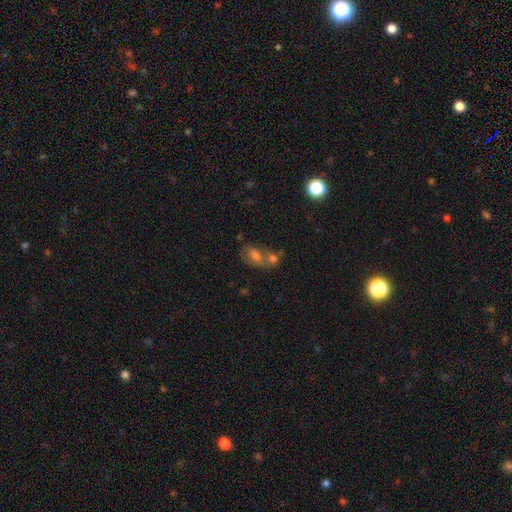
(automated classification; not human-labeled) Overall: smooth (59%; featured or disk 23%). How rounded: in between (80%). Merging: merger (44%; none 36%).